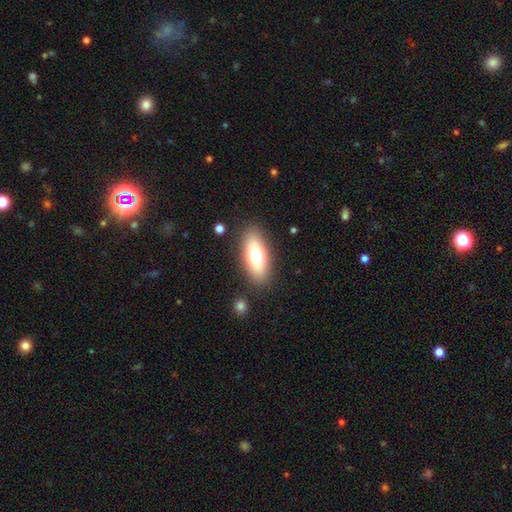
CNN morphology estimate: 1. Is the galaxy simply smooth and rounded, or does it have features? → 70% smooth, 23% featured or disk, 7% star or artifact.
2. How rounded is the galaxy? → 78% in between, 18% cigar-shaped, 3% round.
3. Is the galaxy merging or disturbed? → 86% none, 9% minor disturbance, 3% major disturbance, 2% merger.